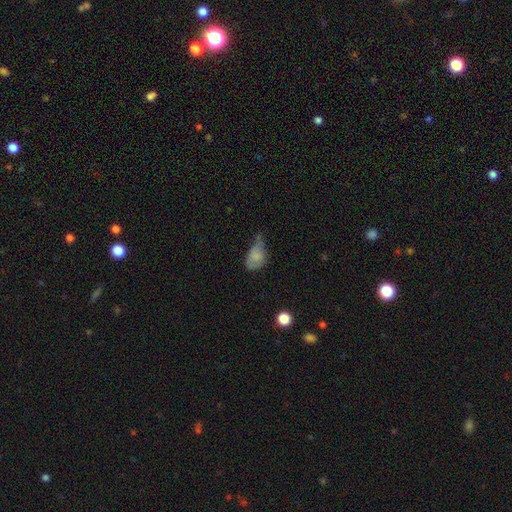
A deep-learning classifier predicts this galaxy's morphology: A smooth galaxy with no disk features (71%) that is in between round and cigar-shaped (83%). Merging: minor disturbance (40%).